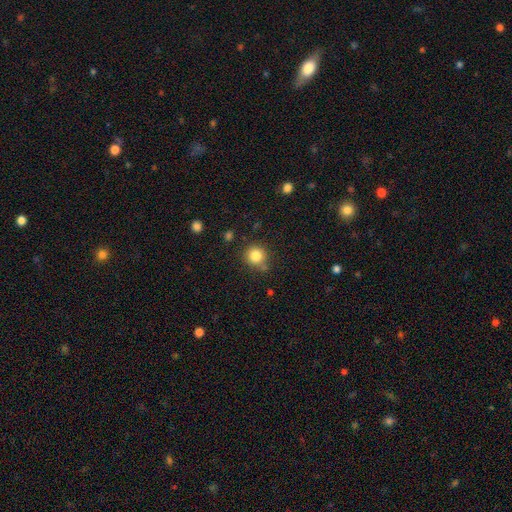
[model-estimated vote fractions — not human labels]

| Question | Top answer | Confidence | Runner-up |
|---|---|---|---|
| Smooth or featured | smooth | 84% | star or artifact (11%) |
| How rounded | round | 91% | in between (8%) |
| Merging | none | 73% | minor disturbance (15%) |